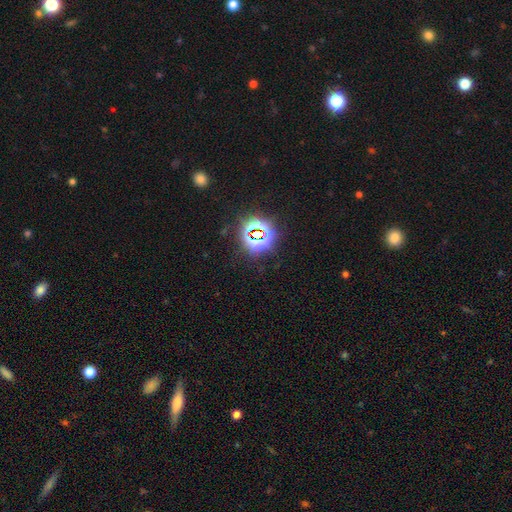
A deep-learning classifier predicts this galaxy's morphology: Smooth or featured? star or artifact (77%)